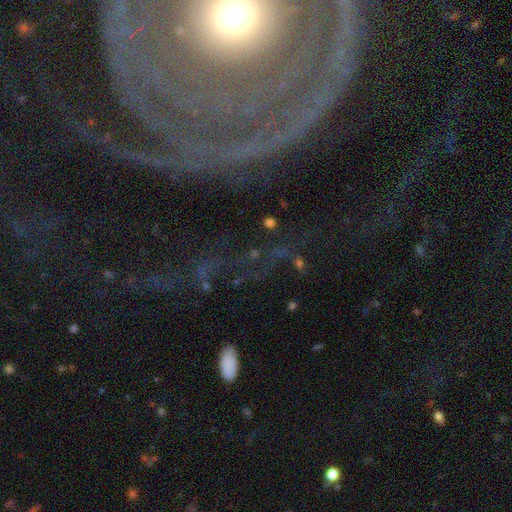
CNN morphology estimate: Smooth or featured? Predicted: featured or disk (p=0.62). Edge-on disk? Predicted: no (p=0.89). Bar? Predicted: no (p=0.51). Spiral arms? Predicted: yes (p=0.81). Bulge size? Predicted: small (p=0.43, tied with moderate). Merging? Predicted: none (p=0.65).